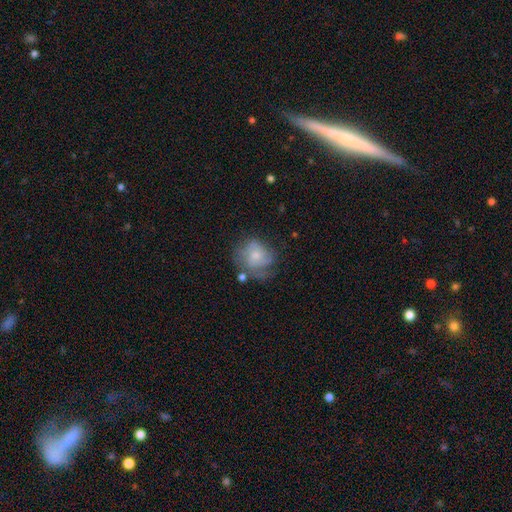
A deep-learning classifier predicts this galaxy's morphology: Smooth or featured?
  - smooth: 49% *
  - featured or disk: 43%
  - star or artifact: 8%
Merging?
  - none: 43% *
  - minor disturbance: 28%
  - major disturbance: 23%
  - merger: 6%